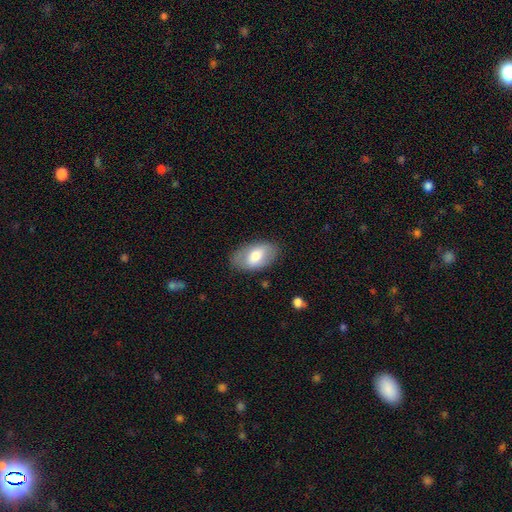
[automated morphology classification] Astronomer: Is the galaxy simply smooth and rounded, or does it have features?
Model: smooth — 63%.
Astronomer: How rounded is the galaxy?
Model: in between — 93%.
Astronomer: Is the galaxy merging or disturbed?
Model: none — 81%.